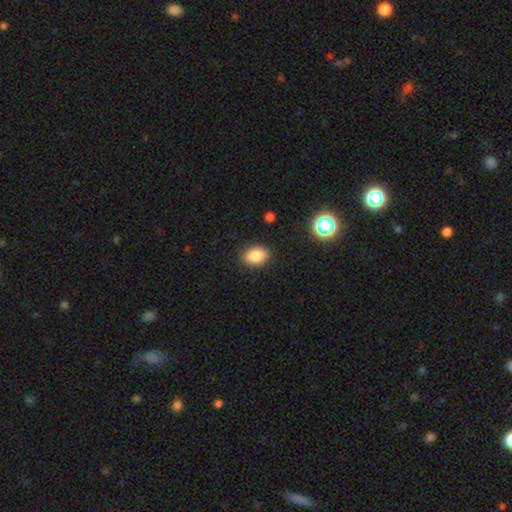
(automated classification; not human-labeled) Smooth or featured? smooth (85%)
How rounded? in between (83%)
Merging? none (87%)